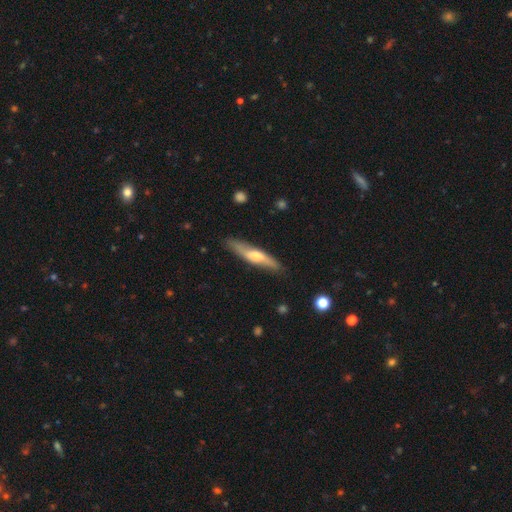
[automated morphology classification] This appears to be a featured or disk galaxy (50%) viewed edge-on (76%). Merging: none (83%).